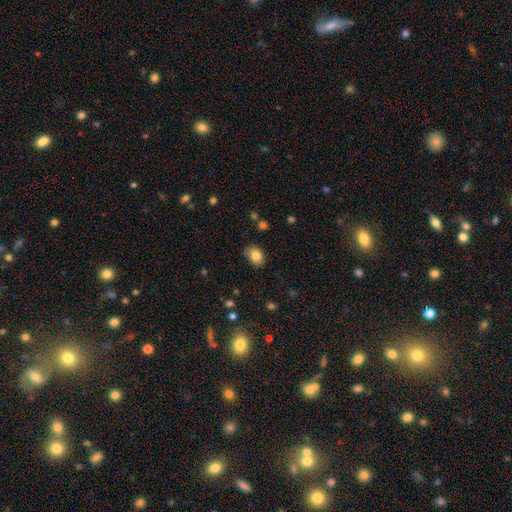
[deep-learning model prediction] A smooth galaxy with no disk features (83%) that is in between round and cigar-shaped (77%).

Vote fractions:
- Smooth or featured? smooth: 83% / star or artifact: 9% / featured or disk: 8%
- How rounded? in between: 77% / round: 22% / cigar-shaped: 1%
- Merging? none: 83% / minor disturbance: 13% / major disturbance: 3% / merger: 1%